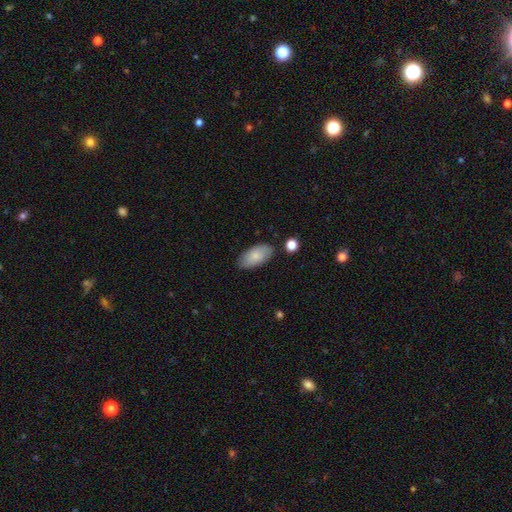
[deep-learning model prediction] This is clearly a smooth galaxy (82%). How rounded: clearly in between (94%). Merging: clearly none (84%).